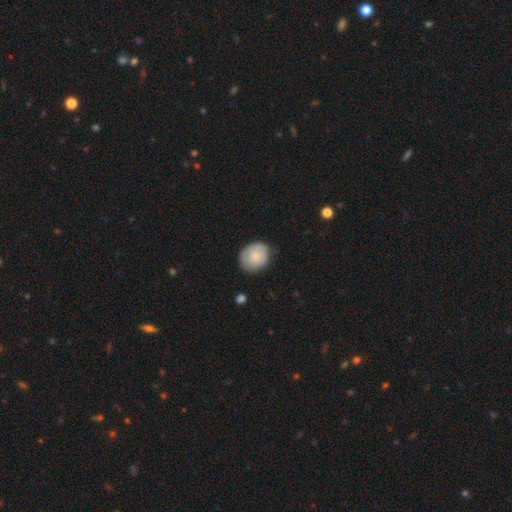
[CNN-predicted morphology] smooth_or_featured: smooth (p=0.78) [alt: featured or disk p=0.15]
how_rounded: round (p=0.68) [alt: in between p=0.31]
merging: none (p=0.70) [alt: minor disturbance p=0.24]